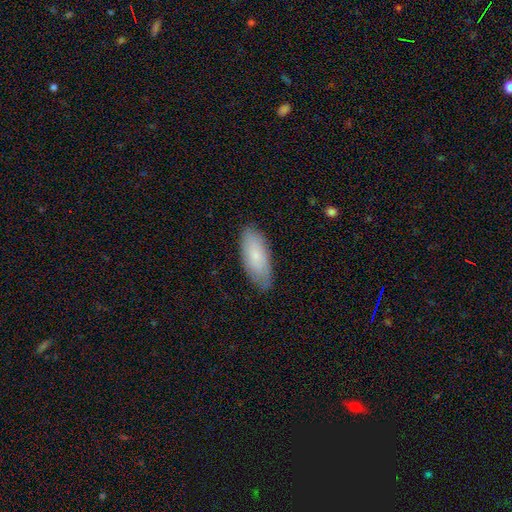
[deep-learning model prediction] Smooth or featured? smooth (72%)
How rounded? in between (84%)
Merging? none (80%)